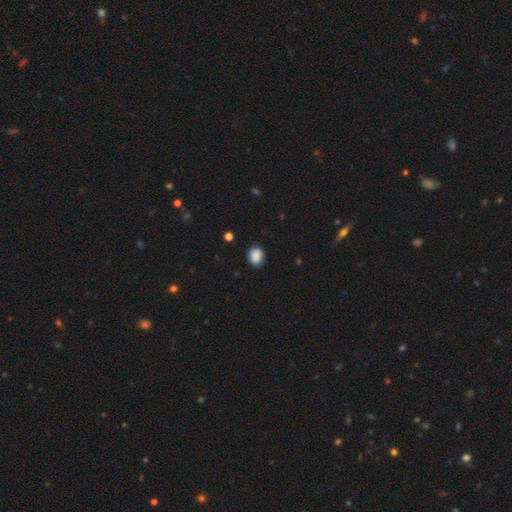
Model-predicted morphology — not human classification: Smooth or featured? Predicted: smooth (p=0.87). How rounded? Predicted: round (p=0.59). Merging? Predicted: none (p=0.79).